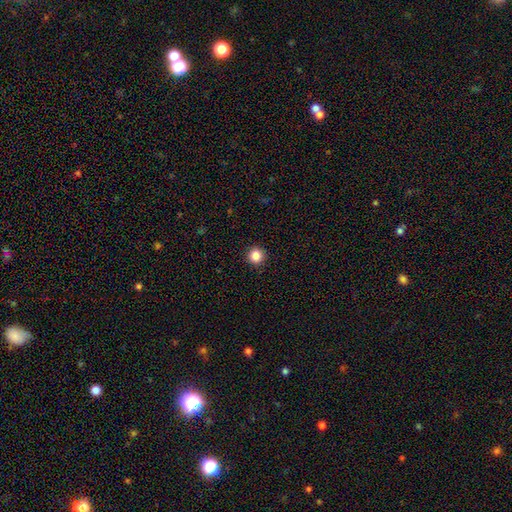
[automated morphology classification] Overall: smooth (86%). How rounded: round (95%). Merging: none (94%).